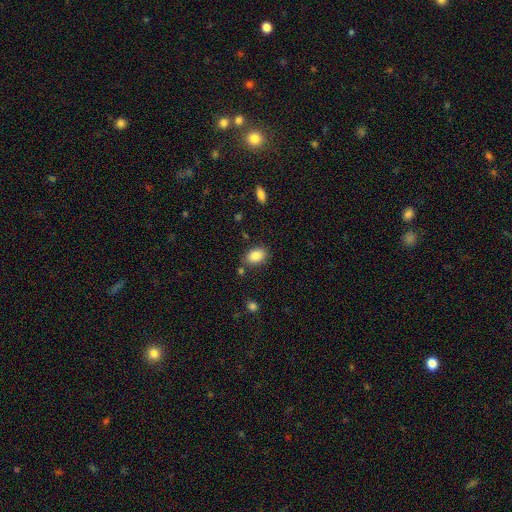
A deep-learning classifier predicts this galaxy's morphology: This is clearly a smooth galaxy (87%). How rounded: clearly in between (87%). Merging: likely none (79%).